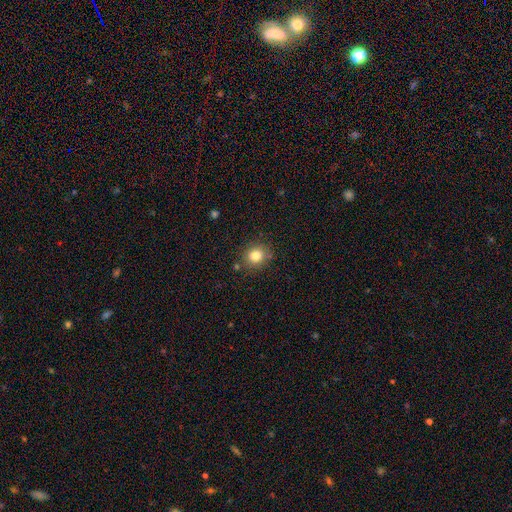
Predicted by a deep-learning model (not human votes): The model was most divided on "how rounded": round: 79%, in between: 20%, cigar-shaped: 1%. More confident: merging — none (83%); smooth or featured — smooth (81%).